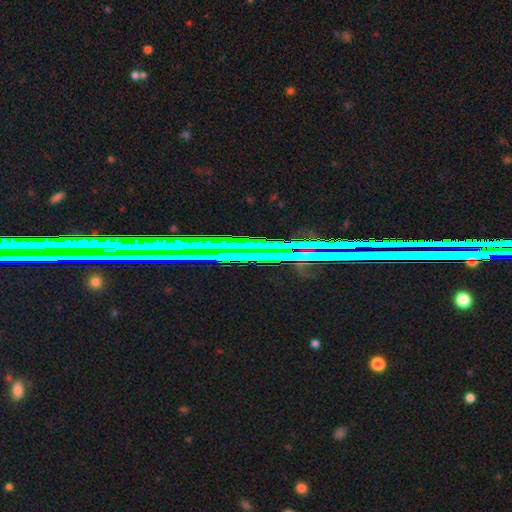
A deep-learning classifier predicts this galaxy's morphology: type=star or artifact (76%).